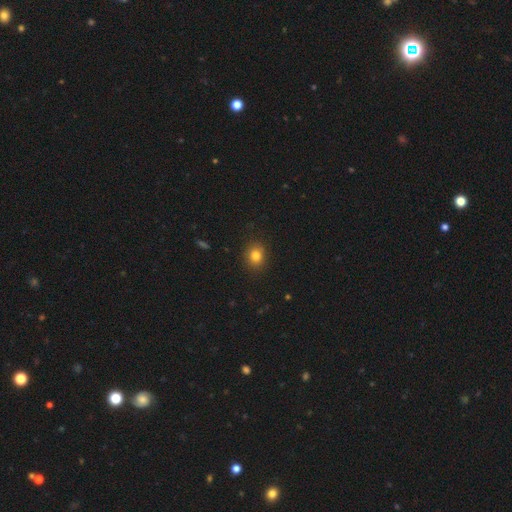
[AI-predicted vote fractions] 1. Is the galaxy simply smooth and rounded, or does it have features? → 82% smooth, 12% star or artifact, 6% featured or disk.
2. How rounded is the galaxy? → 71% round, 28% in between, 1% cigar-shaped.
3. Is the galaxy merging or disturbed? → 89% none, 8% minor disturbance, 2% major disturbance, 1% merger.